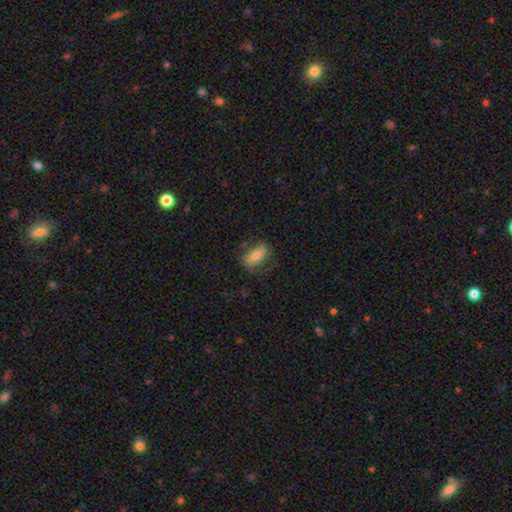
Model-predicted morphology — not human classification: Smooth or featured?
  - smooth: 58% *
  - featured or disk: 33%
  - star or artifact: 9%
How rounded?
  - in between: 80% *
  - cigar-shaped: 12%
  - round: 8%
Merging?
  - none: 68% *
  - minor disturbance: 21%
  - major disturbance: 9%
  - merger: 2%